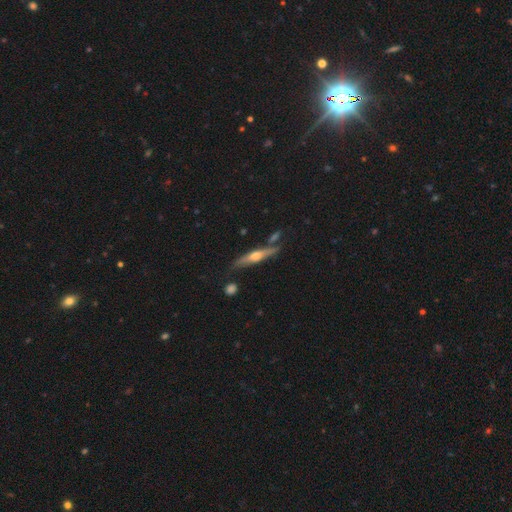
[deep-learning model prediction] Q: Smooth or featured?
A: featured or disk (65%); runner-up: smooth (29%)
Q: Edge-on disk?
A: yes (94%); runner-up: no (6%)
Q: Edge-on bulge?
A: rounded (88%); runner-up: boxy (6%)
Q: Merging?
A: none (74%); runner-up: minor disturbance (15%)